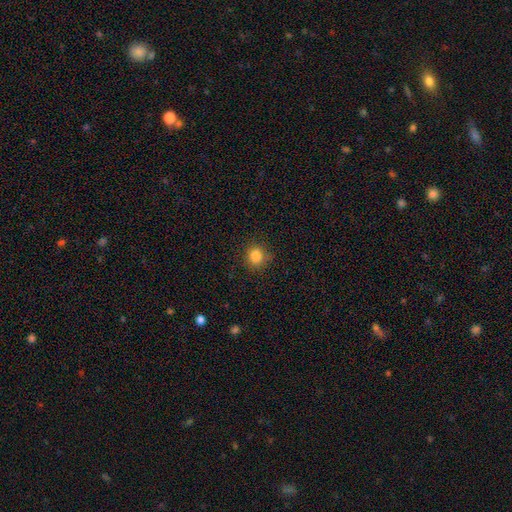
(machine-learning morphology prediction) Q: Smooth or featured?
A: smooth (84%); runner-up: star or artifact (11%)
Q: How rounded?
A: round (87%); runner-up: in between (12%)
Q: Merging?
A: none (86%); runner-up: minor disturbance (10%)